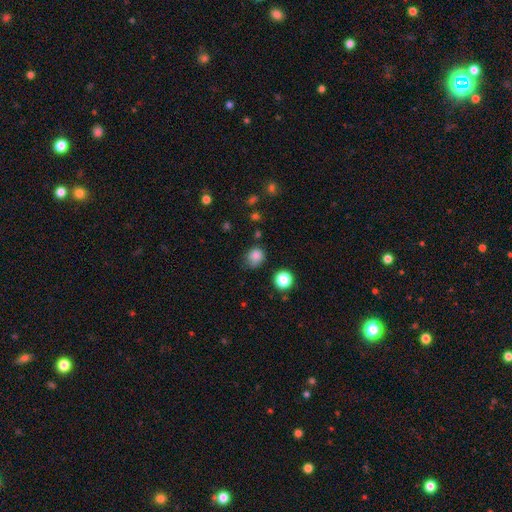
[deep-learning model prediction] smooth-or-featured: smooth: 82% | star or artifact: 13% | featured or disk: 5%
  how-rounded: round: 71% | in between: 28% | cigar-shaped: 1%
  merging: none: 56% | minor disturbance: 30% | major disturbance: 10% | merger: 3%